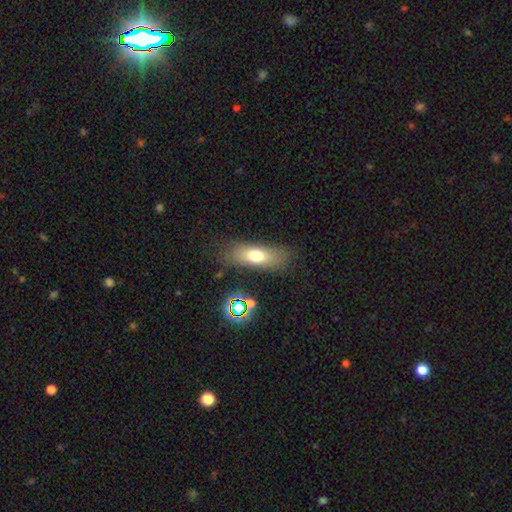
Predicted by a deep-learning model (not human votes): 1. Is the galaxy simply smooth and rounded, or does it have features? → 66% smooth, 23% featured or disk, 12% star or artifact.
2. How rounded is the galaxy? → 64% in between, 31% cigar-shaped, 5% round.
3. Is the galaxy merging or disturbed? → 78% none, 14% minor disturbance, 6% major disturbance, 3% merger.